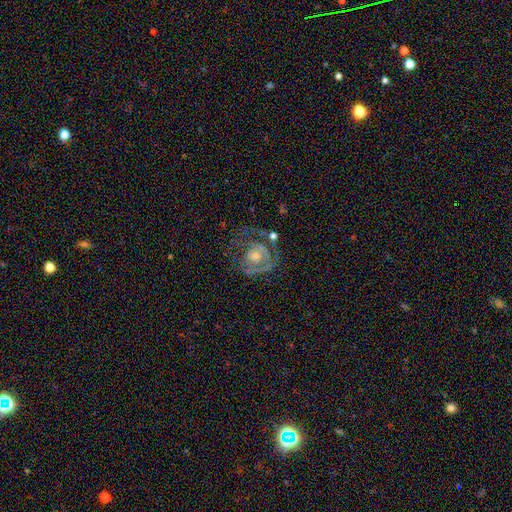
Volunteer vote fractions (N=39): Smooth or featured: featured or disk — 90% (smooth — 8%)
Edge-on disk: no — 100%
Bar: no — 83% (weak — 14%)
Spiral arms: yes — 94% (no — 6%)
Spiral winding: tight — 61% (medium — 27%)
Spiral arm count: can't tell — 45% (3 — 18%)
Bulge size: moderate — 66% (small — 20%)
Merging: none — 45% (major disturbance — 29%)